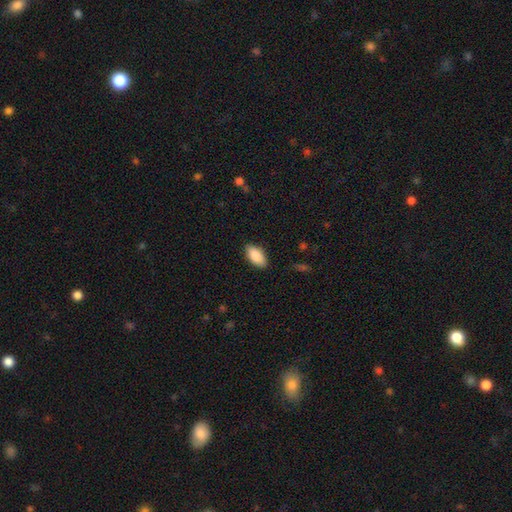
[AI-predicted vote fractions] The model was most divided on "merging": none: 87%, minor disturbance: 10%, major disturbance: 2%, merger: 1%. More confident: how rounded — in between (92%); smooth or featured — smooth (87%).